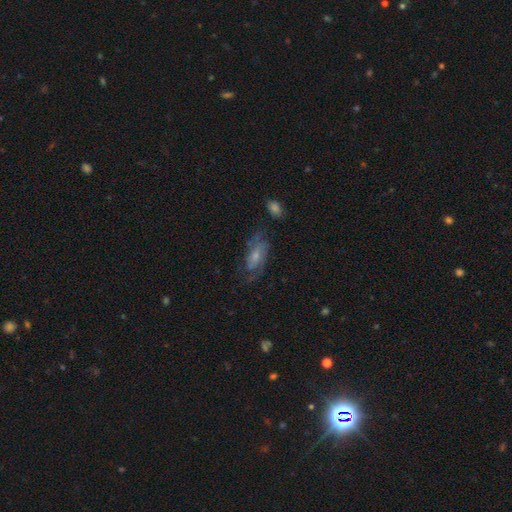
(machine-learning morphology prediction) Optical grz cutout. It shows a featured or disk galaxy (62%) with no bar (60%), spiral arms (82%) and a small central bulge (45%). Merging: none (56%).